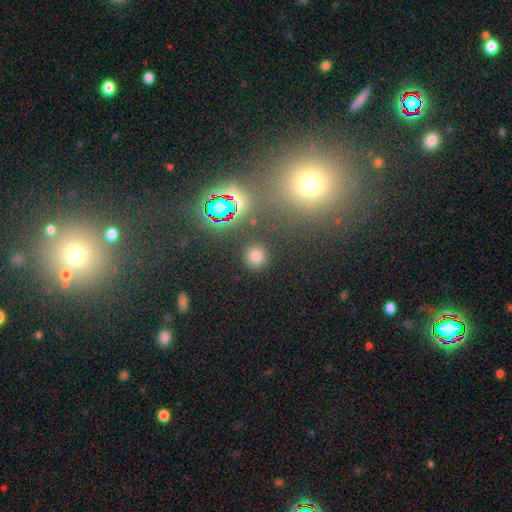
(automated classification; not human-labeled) Smooth or featured: smooth — 70% (star or artifact — 24%)
How rounded: round — 90% (in between — 9%)
Merging: none — 88% (minor disturbance — 6%)